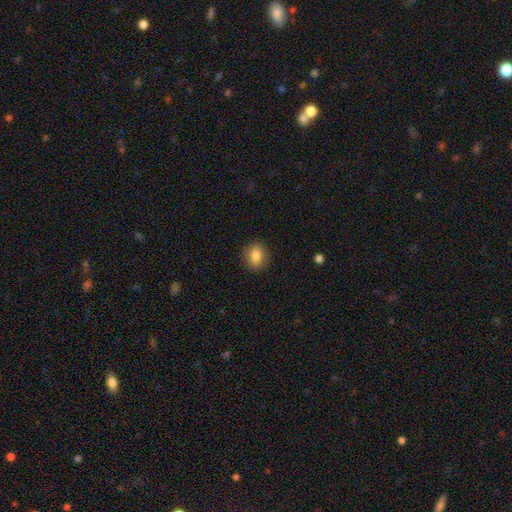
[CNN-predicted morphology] Smooth or featured: smooth — 84% (star or artifact — 9%)
How rounded: round — 52% (in between — 47%)
Merging: none — 88% (minor disturbance — 9%)